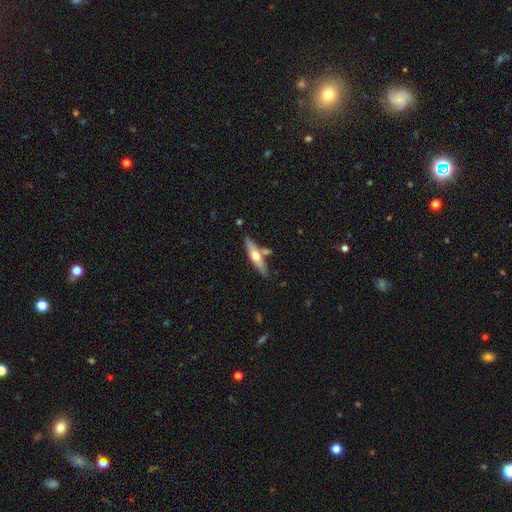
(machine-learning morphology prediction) Smooth or featured? Predicted: featured or disk (p=0.52). Edge-on disk? Predicted: yes (p=0.90). Merging? Predicted: none (p=0.73).